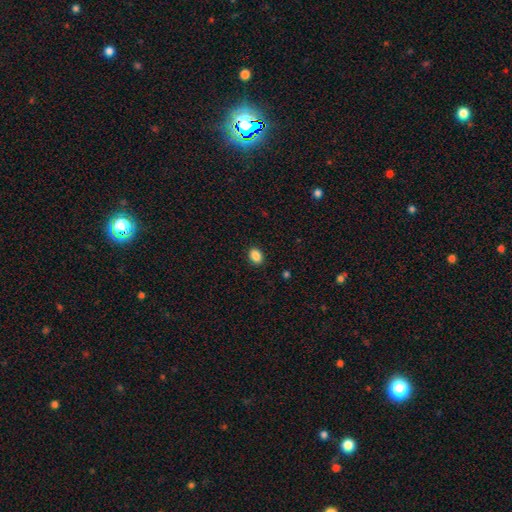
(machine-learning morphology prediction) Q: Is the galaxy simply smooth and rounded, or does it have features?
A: smooth — 87%.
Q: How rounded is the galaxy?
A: in between — 67%.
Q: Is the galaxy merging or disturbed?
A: none — 90%.